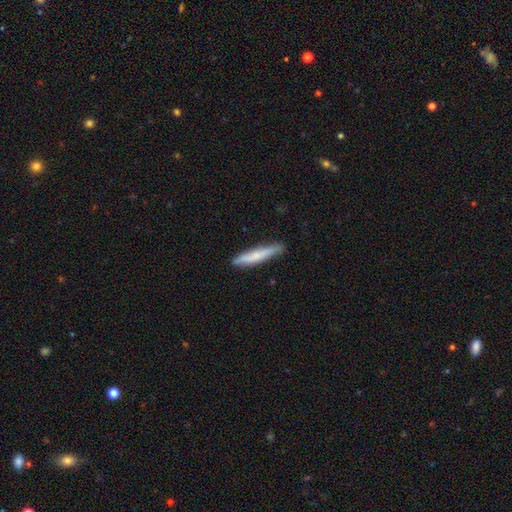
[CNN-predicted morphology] Smooth or featured?
  - smooth: 67% *
  - featured or disk: 27%
  - star or artifact: 6%
How rounded?
  - cigar-shaped: 93% *
  - in between: 6%
  - round: 1%
Merging?
  - none: 84% *
  - minor disturbance: 13%
  - major disturbance: 2%
  - merger: 1%